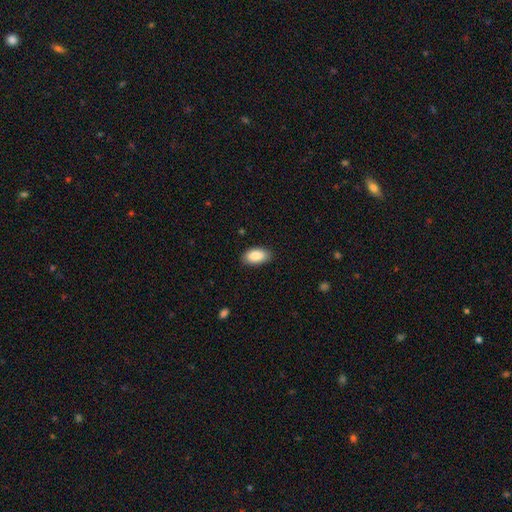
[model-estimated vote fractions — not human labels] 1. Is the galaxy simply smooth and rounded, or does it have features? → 88% smooth, 7% star or artifact, 5% featured or disk.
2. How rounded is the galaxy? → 94% in between, 4% round, 2% cigar-shaped.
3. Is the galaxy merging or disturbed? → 85% none, 11% minor disturbance, 2% major disturbance, 1% merger.